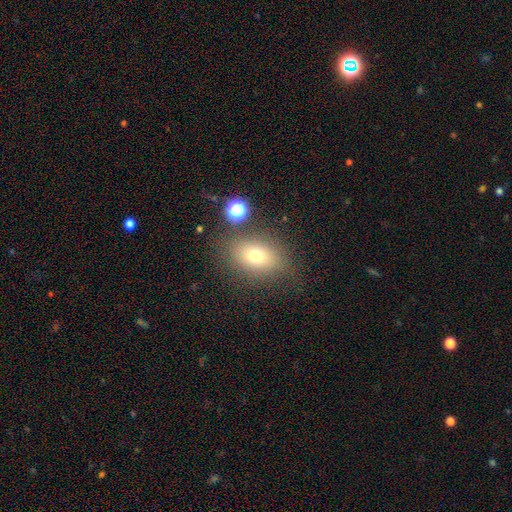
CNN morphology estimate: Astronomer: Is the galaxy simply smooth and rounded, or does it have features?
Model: smooth — 69%.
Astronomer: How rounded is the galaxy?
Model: in between — 76%.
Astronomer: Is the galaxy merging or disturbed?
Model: none — 76%.